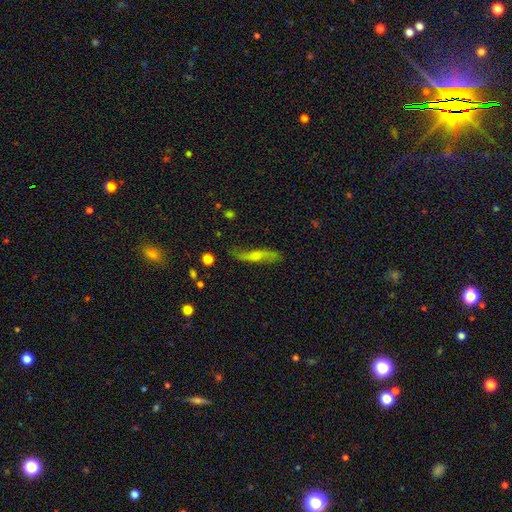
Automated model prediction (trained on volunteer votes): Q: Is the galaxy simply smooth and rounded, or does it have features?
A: featured or disk — 64%.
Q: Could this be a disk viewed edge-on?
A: no — 52%.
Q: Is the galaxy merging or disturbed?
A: none — 75%.